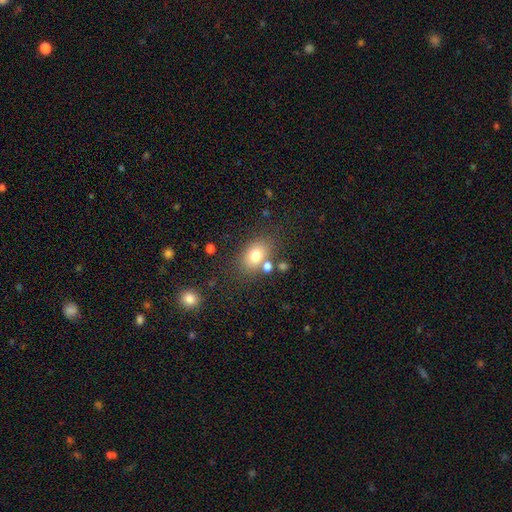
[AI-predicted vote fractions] This is likely a smooth galaxy (77%). How rounded: likely in between (74%). Merging: likely none (70%).